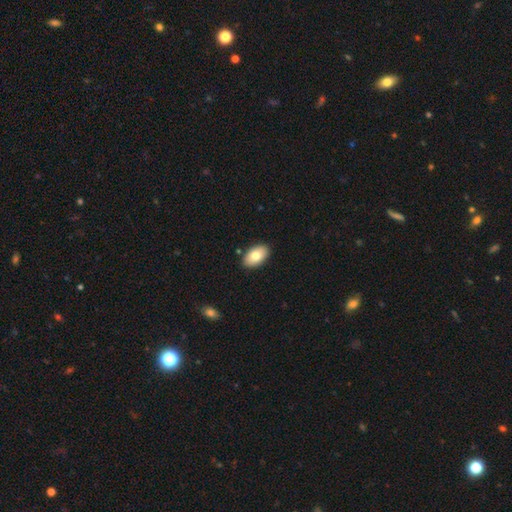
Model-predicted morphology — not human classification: Overall: smooth (77%). How rounded: in between (94%). Merging: none (88%).